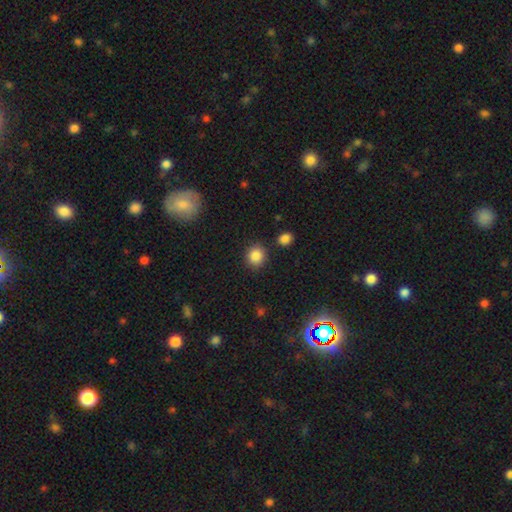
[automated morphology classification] A smooth galaxy with no disk features (87%) that is round (84%).

Vote fractions:
- Smooth or featured? smooth: 87% / star or artifact: 9% / featured or disk: 4%
- How rounded? round: 84% / in between: 15% / cigar-shaped: 1%
- Merging? none: 86% / minor disturbance: 8% / merger: 4% / major disturbance: 3%